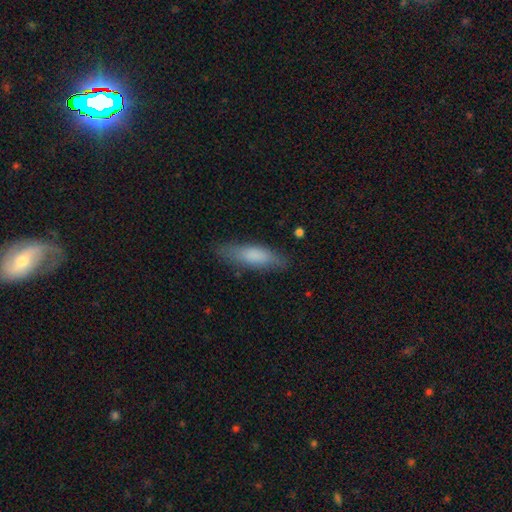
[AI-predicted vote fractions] This appears to be a smooth galaxy with no disk features (80%) that is cigar-shaped (50%). Merging: none (79%).